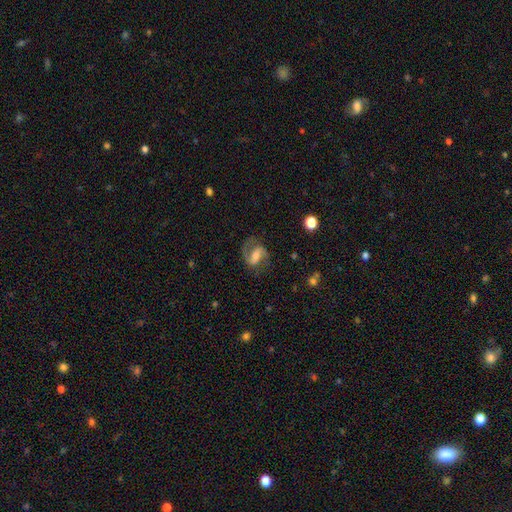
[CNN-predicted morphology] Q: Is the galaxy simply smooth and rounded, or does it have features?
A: featured or disk — 81%.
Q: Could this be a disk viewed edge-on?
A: no — 97%.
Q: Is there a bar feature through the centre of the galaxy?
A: weak — 42%.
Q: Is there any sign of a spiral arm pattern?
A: yes — 94%.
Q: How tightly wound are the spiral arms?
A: medium — 54%.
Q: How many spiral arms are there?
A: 2 — 88%.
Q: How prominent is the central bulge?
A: moderate — 49%.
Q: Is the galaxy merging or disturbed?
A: none — 74%.